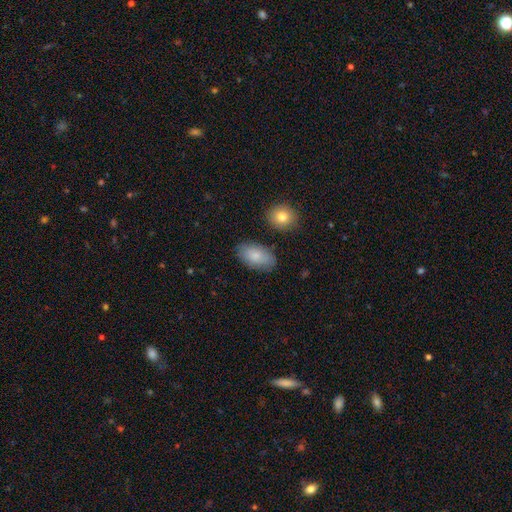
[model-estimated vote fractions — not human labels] A smooth galaxy with no disk features (83%) that is in between round and cigar-shaped (93%). Merging: none (80%).